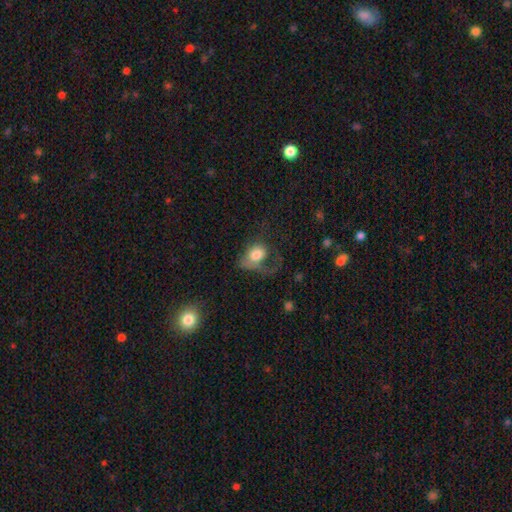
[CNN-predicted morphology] A smooth galaxy with no disk features (65%) that is in between round and cigar-shaped (57%). Merging: major disturbance (57%).